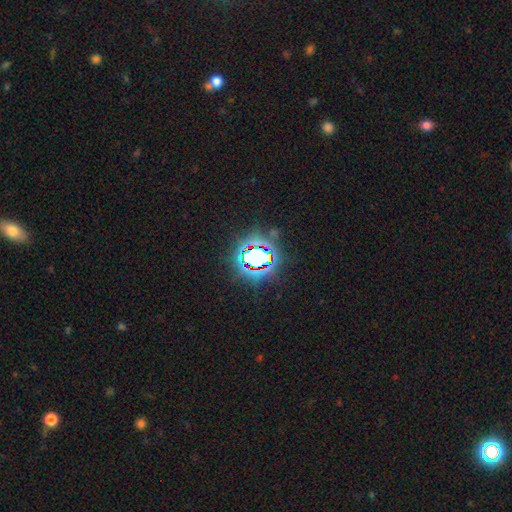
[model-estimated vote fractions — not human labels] Overall: star or artifact (67%).